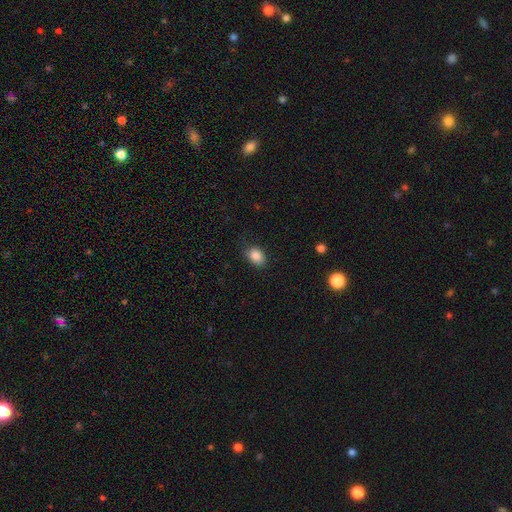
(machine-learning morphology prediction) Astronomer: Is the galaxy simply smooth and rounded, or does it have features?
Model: smooth — 87%.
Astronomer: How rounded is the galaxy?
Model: in between — 74%.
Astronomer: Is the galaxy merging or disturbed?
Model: none — 80%.